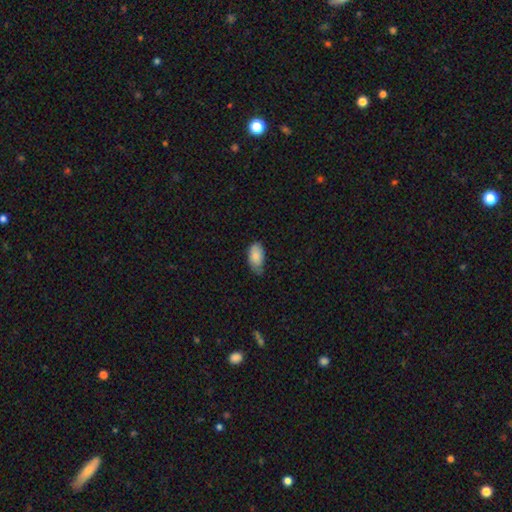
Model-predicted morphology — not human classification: Overall: smooth (84%). How rounded: in between (94%). Merging: none (52%; minor disturbance 39%).